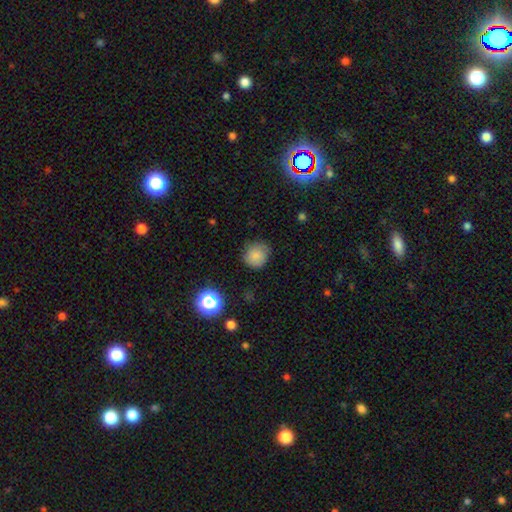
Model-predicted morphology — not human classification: smooth 81%, star or artifact 12%, featured or disk 7%. Down the decision tree: how rounded — round (88%); merging — none (76%).